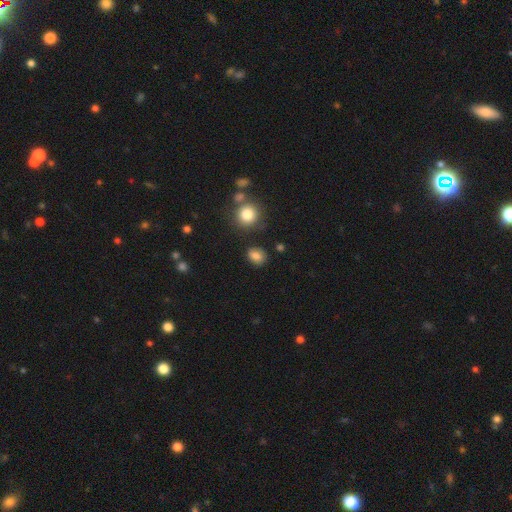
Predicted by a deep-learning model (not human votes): Overall: smooth (81%). How rounded: in between (54%; round 45%). Merging: none (79%).